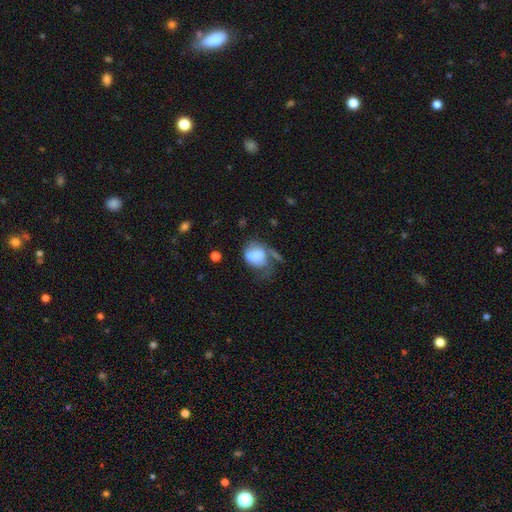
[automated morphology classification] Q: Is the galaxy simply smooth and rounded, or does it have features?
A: smooth — 57%.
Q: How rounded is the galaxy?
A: in between — 55%.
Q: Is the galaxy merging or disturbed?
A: major disturbance — 40%.